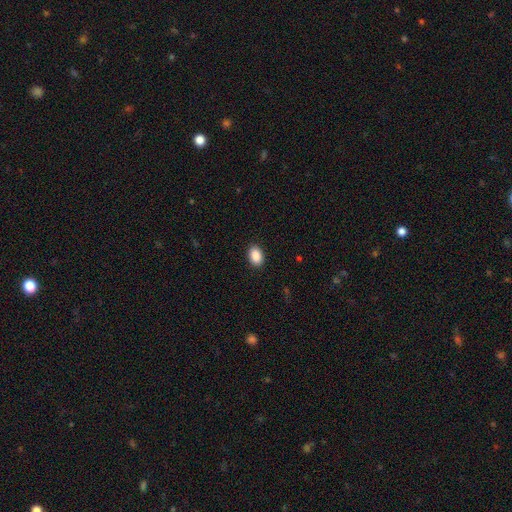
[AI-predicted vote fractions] This appears to be a smooth galaxy with no disk features (90%) that is in between round and cigar-shaped (83%). Merging: none (89%).